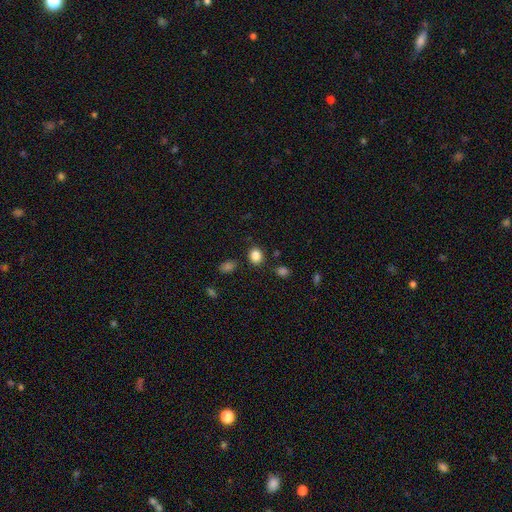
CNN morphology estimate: A smooth galaxy with no disk features (85%) that is round (64%).

Vote fractions:
- Smooth or featured? smooth: 85% / star or artifact: 11% / featured or disk: 4%
- How rounded? round: 64% / in between: 35% / cigar-shaped: 1%
- Merging? none: 84% / minor disturbance: 9% / merger: 4% / major disturbance: 3%